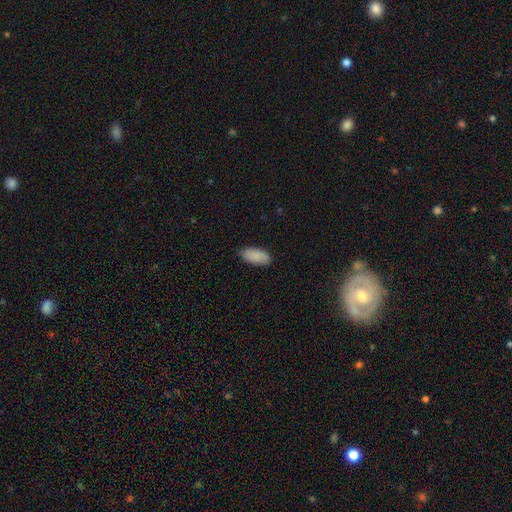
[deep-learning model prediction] Morphology: type=smooth (88%); roundness=in between (92%); merging=none (79%).